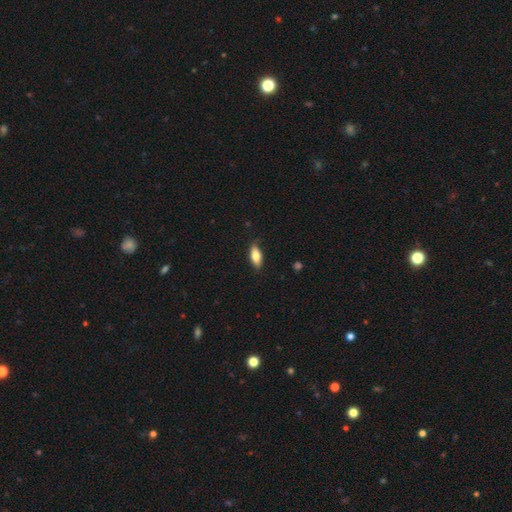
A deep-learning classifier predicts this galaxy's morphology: This appears to be a smooth galaxy with no disk features (77%) that is in between round and cigar-shaped (81%). Merging: none (80%).